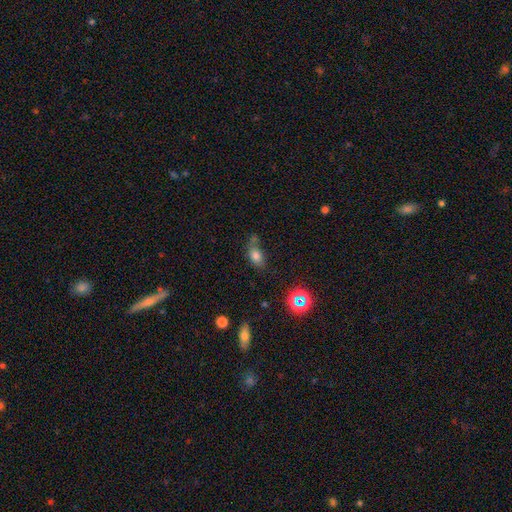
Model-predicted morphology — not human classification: Smooth or featured? Predicted: smooth (p=0.74). How rounded? Predicted: in between (p=0.80). Merging? Predicted: none (p=0.48).